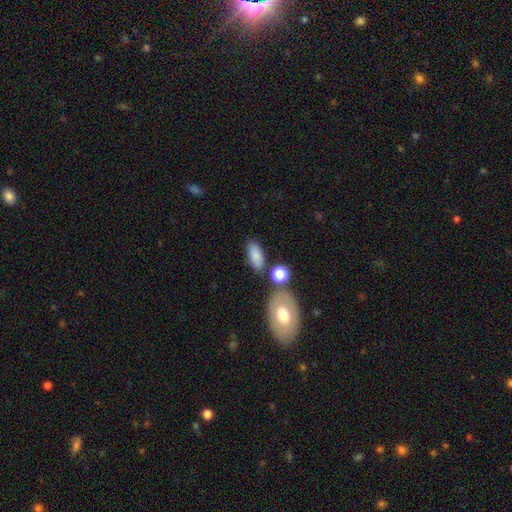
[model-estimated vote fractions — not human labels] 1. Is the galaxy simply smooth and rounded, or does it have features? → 83% smooth, 10% featured or disk, 8% star or artifact.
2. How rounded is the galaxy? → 87% in between, 8% cigar-shaped, 5% round.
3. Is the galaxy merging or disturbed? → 73% none, 13% minor disturbance, 10% merger, 4% major disturbance.